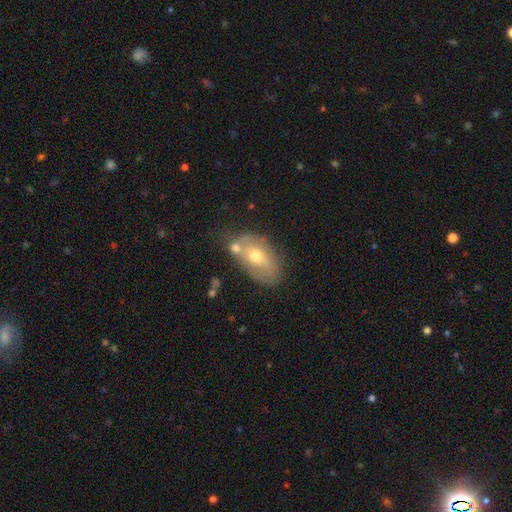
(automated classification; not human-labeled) Smooth or featured: smooth — 47% (featured or disk — 45%)
Merging: none — 53% (minor disturbance — 21%)